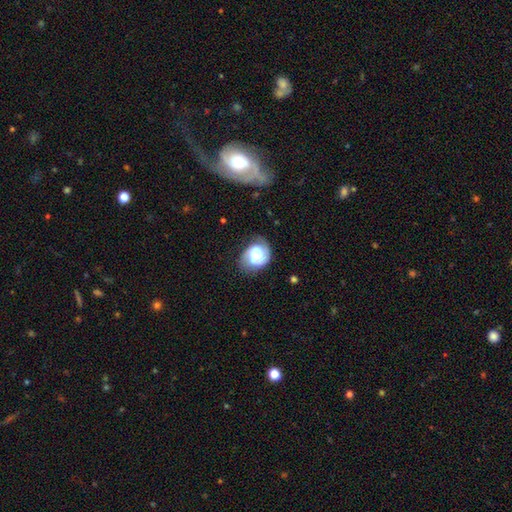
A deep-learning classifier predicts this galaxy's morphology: smooth_or_featured: featured or disk (p=0.54) [alt: smooth p=0.37]
disk_edge_on: no (p=0.97) [alt: yes p=0.03]
bar: no (p=0.60) [alt: weak p=0.31]
has_spiral_arms: yes (p=0.85) [alt: no p=0.15]
bulge_size: moderate (p=0.40) [alt: small p=0.34]
merging: none (p=0.56) [alt: minor disturbance p=0.29]